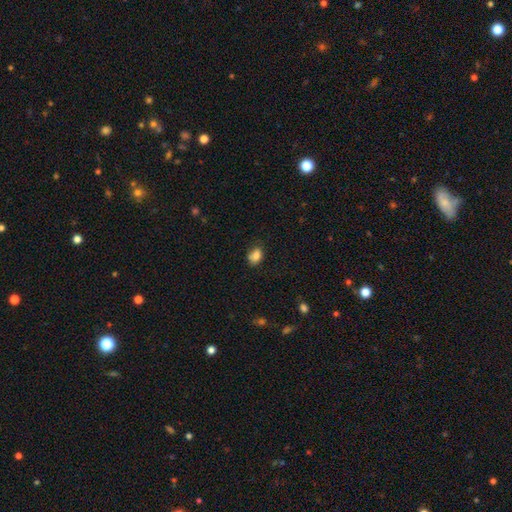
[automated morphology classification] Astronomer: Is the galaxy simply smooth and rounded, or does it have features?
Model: smooth — 83%.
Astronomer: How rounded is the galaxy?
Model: in between — 74%.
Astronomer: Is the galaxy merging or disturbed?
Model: none — 66%.